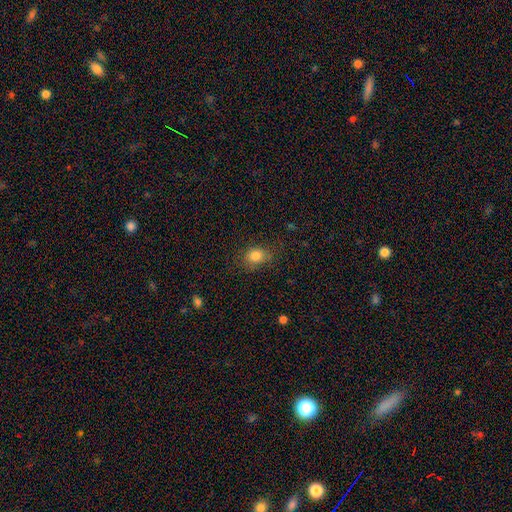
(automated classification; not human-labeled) Smooth or featured: smooth — 83% (star or artifact — 11%)
How rounded: round — 50% (in between — 48%)
Merging: none — 74% (minor disturbance — 18%)